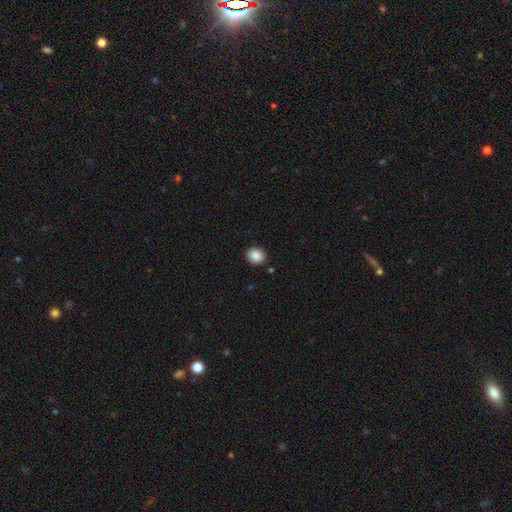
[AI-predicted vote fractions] Smooth or featured? Predicted: smooth (p=0.88). How rounded? Predicted: round (p=0.62). Merging? Predicted: none (p=0.90).